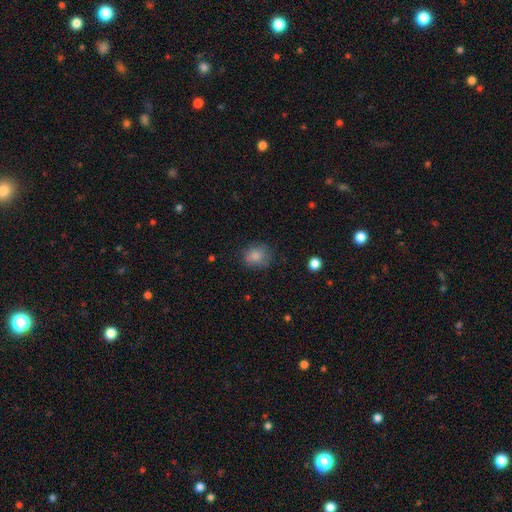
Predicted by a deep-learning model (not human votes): Morphology: type=smooth (82%); roundness=round (56%); merging=none (70%).